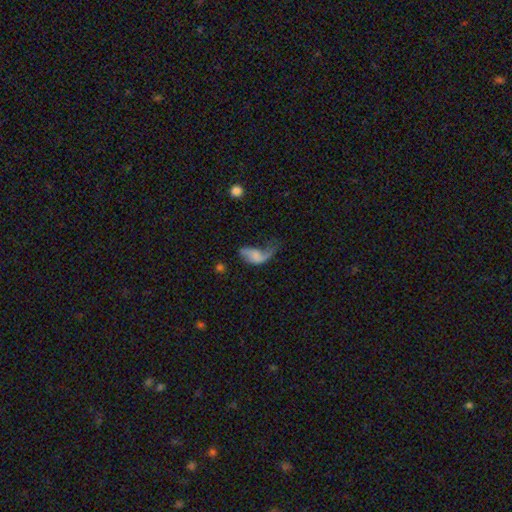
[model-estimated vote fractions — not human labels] A featured or disk galaxy (49%). Merging: major disturbance (53%).